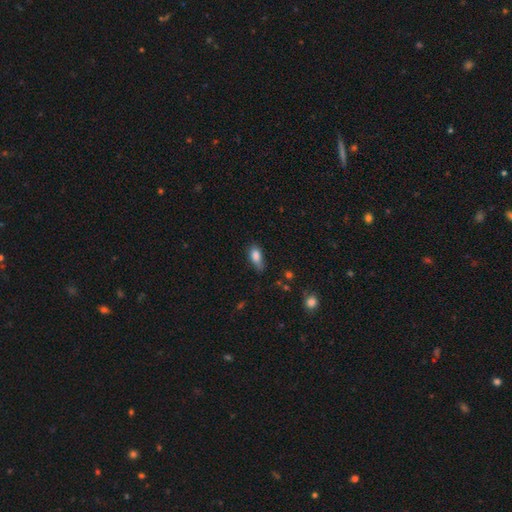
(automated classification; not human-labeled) smooth-or-featured: smooth: 83% | star or artifact: 9% | featured or disk: 9%
  how-rounded: in between: 84% | cigar-shaped: 11% | round: 5%
  merging: none: 54% | minor disturbance: 34% | major disturbance: 9% | merger: 3%